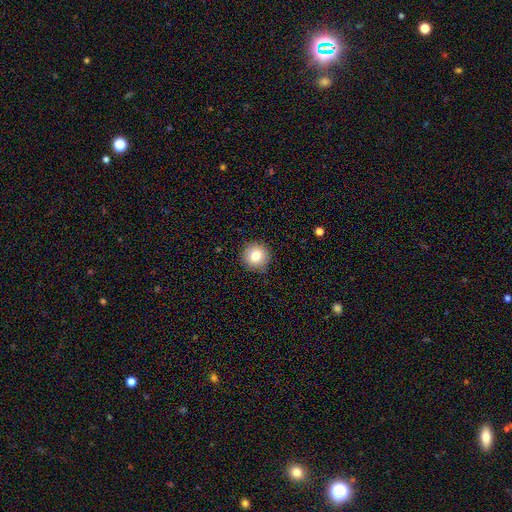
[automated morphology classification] Smooth or featured: smooth — 80% (star or artifact — 11%)
How rounded: round — 95% (in between — 4%)
Merging: none — 89% (minor disturbance — 8%)